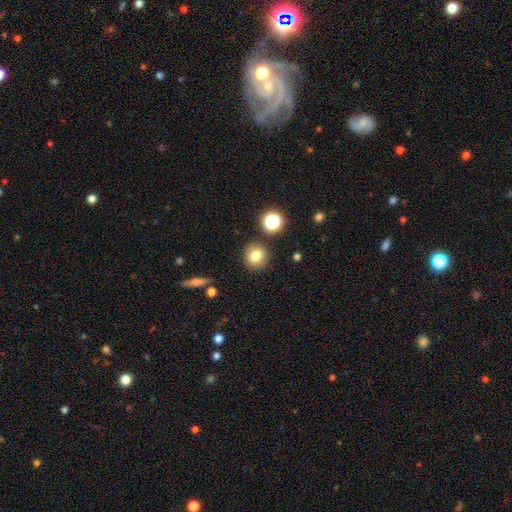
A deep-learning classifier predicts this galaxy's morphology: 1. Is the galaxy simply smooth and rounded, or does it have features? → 78% smooth, 13% star or artifact, 9% featured or disk.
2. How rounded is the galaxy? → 90% round, 9% in between, 1% cigar-shaped.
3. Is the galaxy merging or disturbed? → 87% none, 7% minor disturbance, 4% merger, 2% major disturbance.